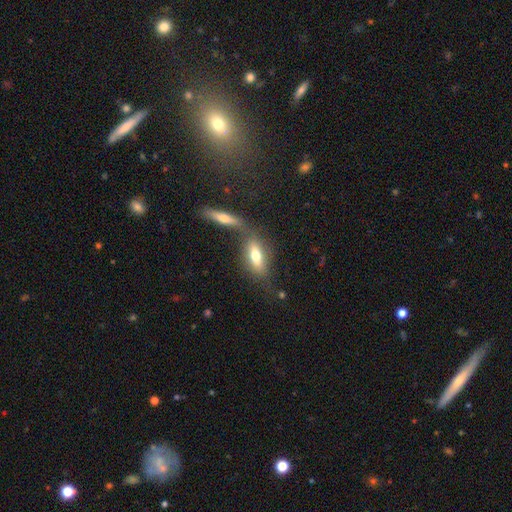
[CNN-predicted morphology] Q: Smooth or featured?
A: smooth (65%); runner-up: featured or disk (27%)
Q: How rounded?
A: in between (71%); runner-up: cigar-shaped (25%)
Q: Merging?
A: merger (42%); runner-up: none (41%)